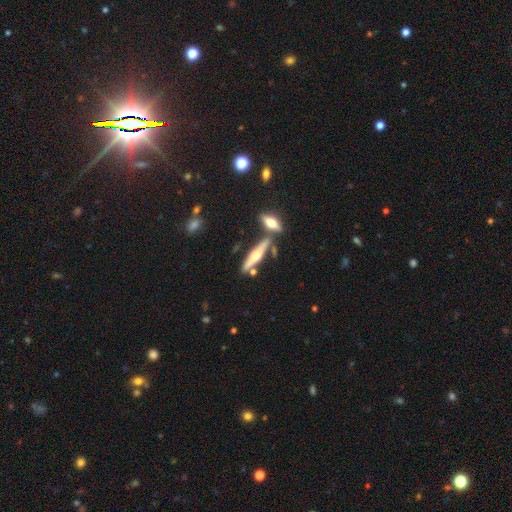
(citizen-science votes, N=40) Smooth or featured? 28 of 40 (70%) said featured or disk. Edge-on disk? 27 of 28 (96%) said yes. Edge-on bulge? 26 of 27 (96%) said rounded. Merging? 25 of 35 (71%) said none.